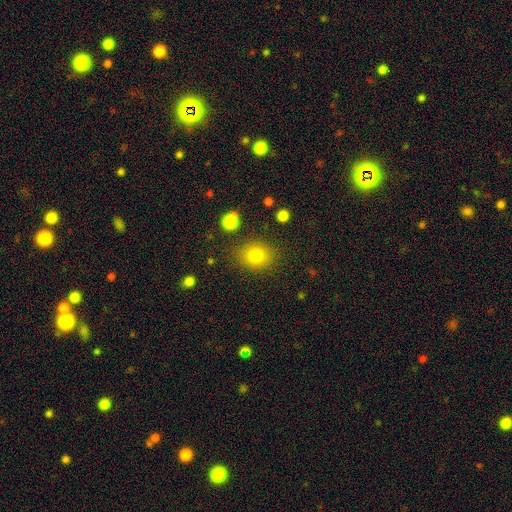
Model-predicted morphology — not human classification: A smooth galaxy with no disk features (80%) that is round (61%).

Vote fractions:
- Smooth or featured? smooth: 80% / star or artifact: 12% / featured or disk: 8%
- How rounded? round: 61% / in between: 38% / cigar-shaped: 1%
- Merging? none: 83% / minor disturbance: 10% / major disturbance: 4% / merger: 3%